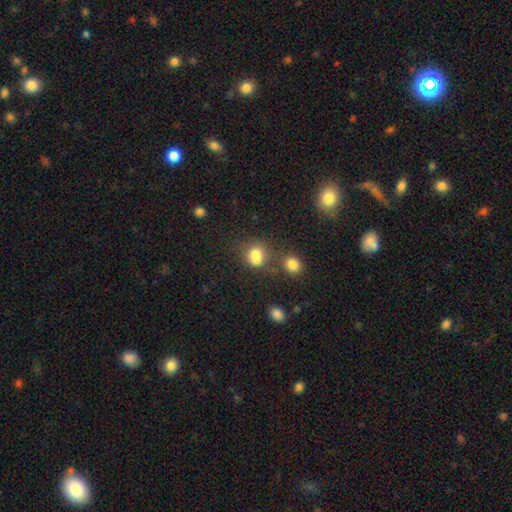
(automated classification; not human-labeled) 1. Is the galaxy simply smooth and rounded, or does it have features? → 77% smooth, 13% star or artifact, 10% featured or disk.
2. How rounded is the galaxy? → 61% round, 38% in between, 1% cigar-shaped.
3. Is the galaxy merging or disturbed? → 41% none, 34% merger, 16% minor disturbance, 9% major disturbance.